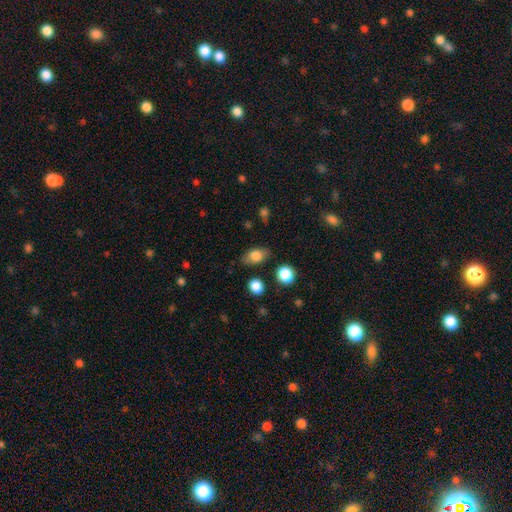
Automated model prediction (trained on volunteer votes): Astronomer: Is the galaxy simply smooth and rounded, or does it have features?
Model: smooth — 78%.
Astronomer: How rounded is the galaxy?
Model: in between — 83%.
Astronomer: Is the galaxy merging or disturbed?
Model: none — 78%.